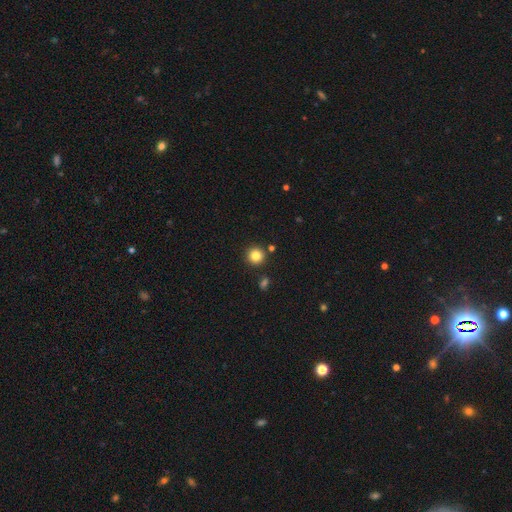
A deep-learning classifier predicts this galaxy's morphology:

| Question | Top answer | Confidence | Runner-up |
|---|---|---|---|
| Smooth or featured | smooth | 83% | star or artifact (12%) |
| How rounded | round | 94% | in between (5%) |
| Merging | none | 88% | minor disturbance (6%) |